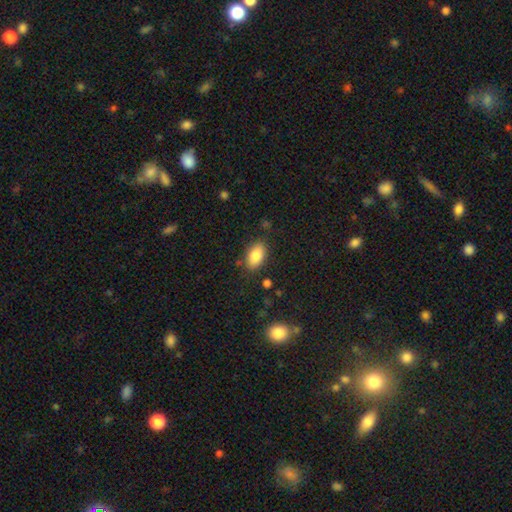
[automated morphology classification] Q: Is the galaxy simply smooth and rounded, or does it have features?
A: smooth — 84%.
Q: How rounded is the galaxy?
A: in between — 91%.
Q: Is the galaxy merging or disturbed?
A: none — 82%.